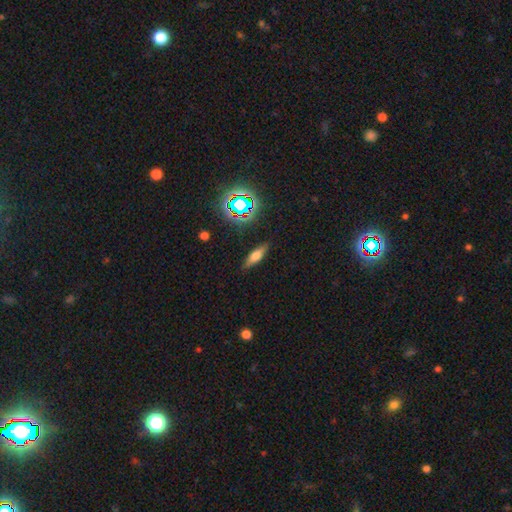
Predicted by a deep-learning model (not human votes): This is possibly a smooth galaxy (55%). How rounded: possibly cigar-shaped (53%). Merging: clearly none (86%).